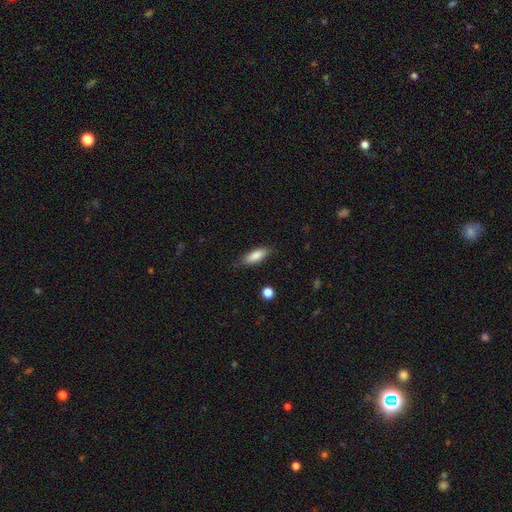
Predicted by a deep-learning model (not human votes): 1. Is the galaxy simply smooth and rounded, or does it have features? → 83% smooth, 11% featured or disk, 6% star or artifact.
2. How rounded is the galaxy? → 60% in between, 38% cigar-shaped, 2% round.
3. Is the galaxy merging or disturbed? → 78% none, 17% minor disturbance, 4% major disturbance, 1% merger.